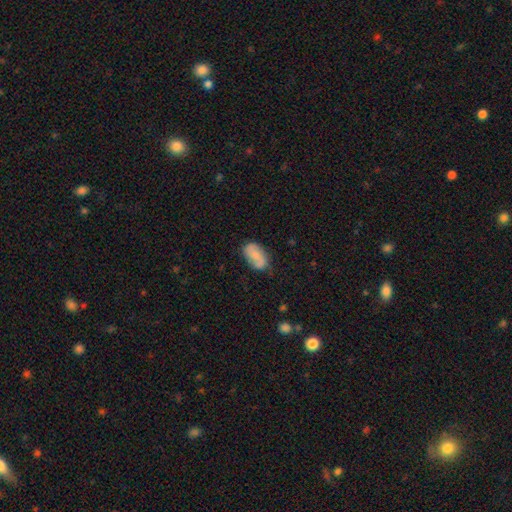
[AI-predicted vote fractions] This is possibly a smooth galaxy (60%). How rounded: clearly in between (92%). Merging: likely none (64%).